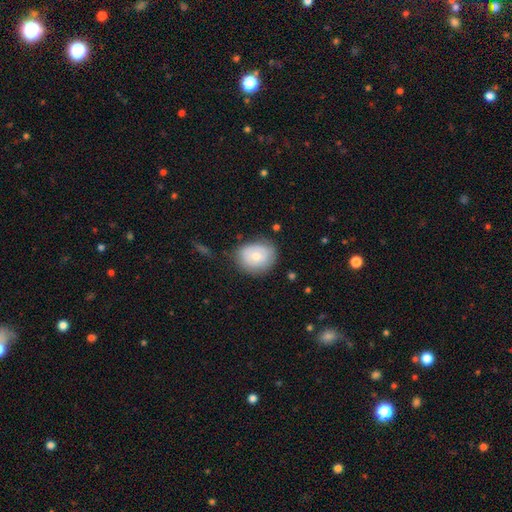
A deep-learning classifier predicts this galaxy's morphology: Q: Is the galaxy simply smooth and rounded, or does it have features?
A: smooth — 60%.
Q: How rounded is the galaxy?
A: round — 63%.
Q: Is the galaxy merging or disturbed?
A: none — 70%.